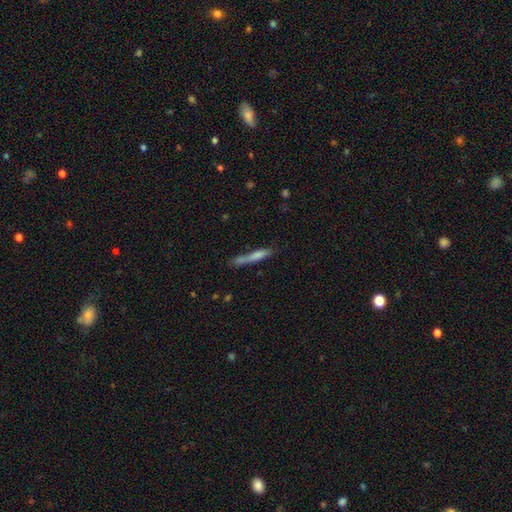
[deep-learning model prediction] Smooth or featured? Predicted: smooth (p=0.69). How rounded? Predicted: cigar-shaped (p=0.92). Merging? Predicted: none (p=0.56).